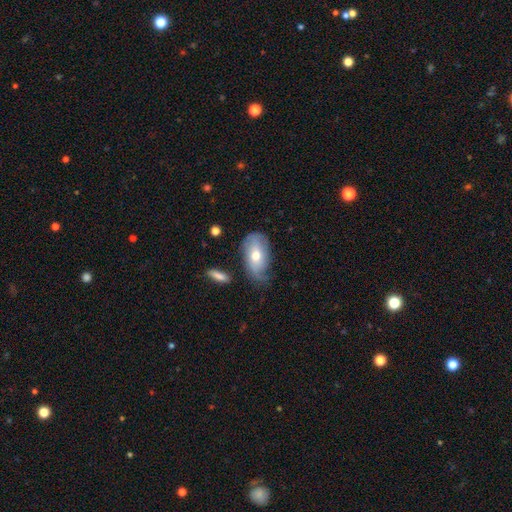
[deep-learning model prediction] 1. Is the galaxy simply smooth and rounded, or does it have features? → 52% smooth, 41% featured or disk, 7% star or artifact.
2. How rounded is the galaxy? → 90% in between, 7% round, 3% cigar-shaped.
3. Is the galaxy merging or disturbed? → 50% none, 33% minor disturbance, 14% major disturbance, 3% merger.